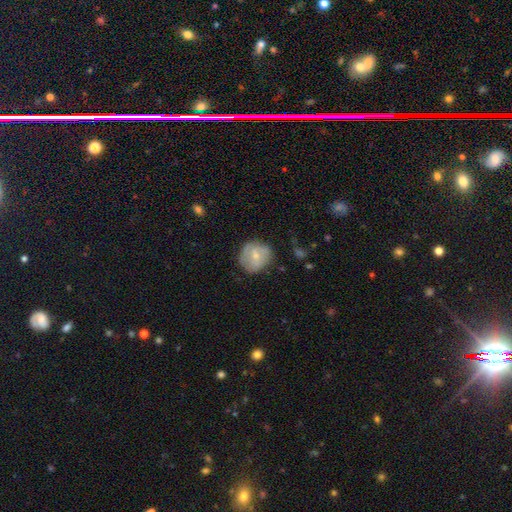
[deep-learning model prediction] A smooth galaxy with no disk features (62%) that is round (78%). Merging: none (65%).